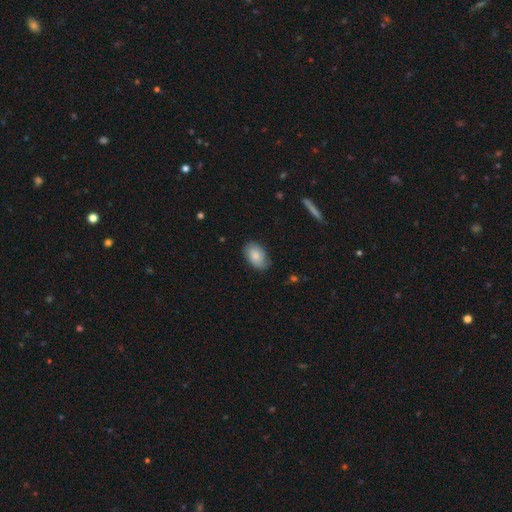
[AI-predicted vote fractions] Smooth or featured: smooth — 74% (featured or disk — 19%)
How rounded: in between — 88% (round — 10%)
Merging: none — 73% (minor disturbance — 22%)